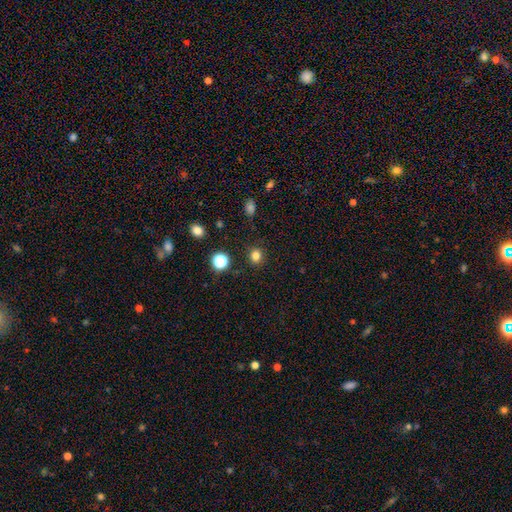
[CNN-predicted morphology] Smooth or featured? Predicted: smooth (p=0.80). How rounded? Predicted: round (p=0.84). Merging? Predicted: none (p=0.89).